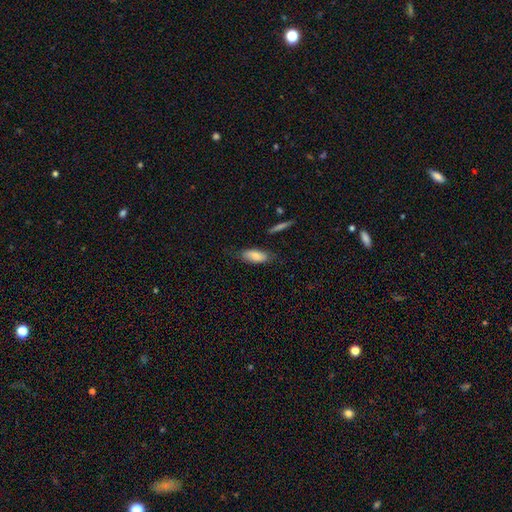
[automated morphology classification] A smooth galaxy with no disk features (80%) that is in between round and cigar-shaped (81%).

Vote fractions:
- Smooth or featured? smooth: 80% / featured or disk: 13% / star or artifact: 6%
- How rounded? in between: 81% / cigar-shaped: 16% / round: 2%
- Merging? none: 73% / minor disturbance: 20% / major disturbance: 5% / merger: 3%